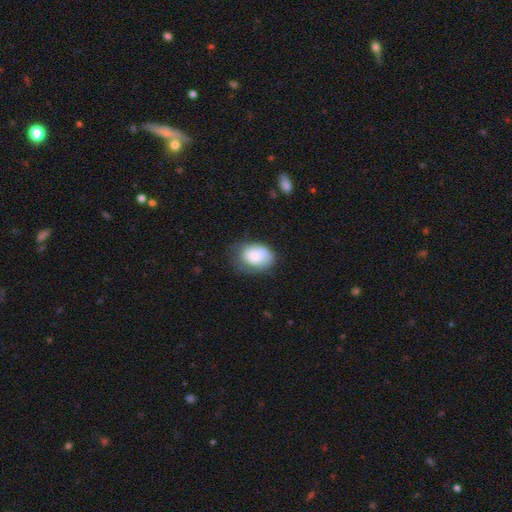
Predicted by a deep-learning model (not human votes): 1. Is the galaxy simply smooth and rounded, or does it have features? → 78% smooth, 14% featured or disk, 8% star or artifact.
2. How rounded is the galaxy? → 72% in between, 27% round, 1% cigar-shaped.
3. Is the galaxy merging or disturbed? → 52% none, 32% minor disturbance, 14% major disturbance, 3% merger.